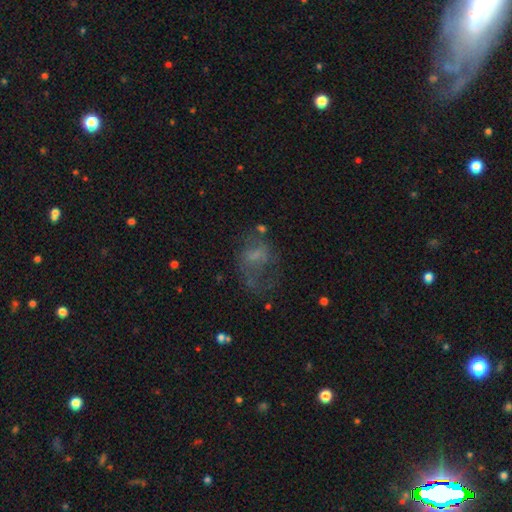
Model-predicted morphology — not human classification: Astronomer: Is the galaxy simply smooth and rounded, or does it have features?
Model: featured or disk — 47% (runner-up: smooth, 37%).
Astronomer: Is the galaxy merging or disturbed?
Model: major disturbance — 45% (runner-up: none, 32%).